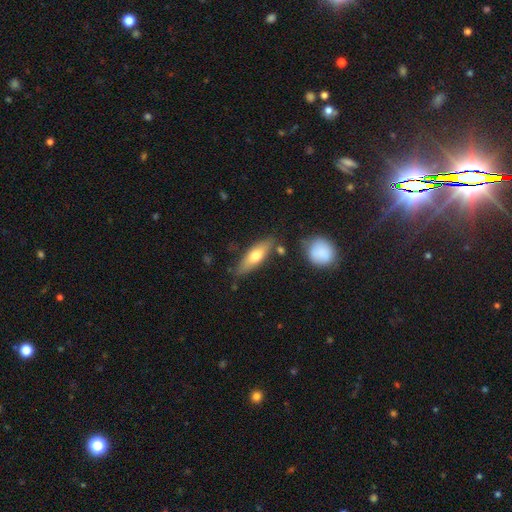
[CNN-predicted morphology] Smooth or featured? Predicted: smooth (p=0.59). How rounded? Predicted: cigar-shaped (p=0.51). Merging? Predicted: none (p=0.76).